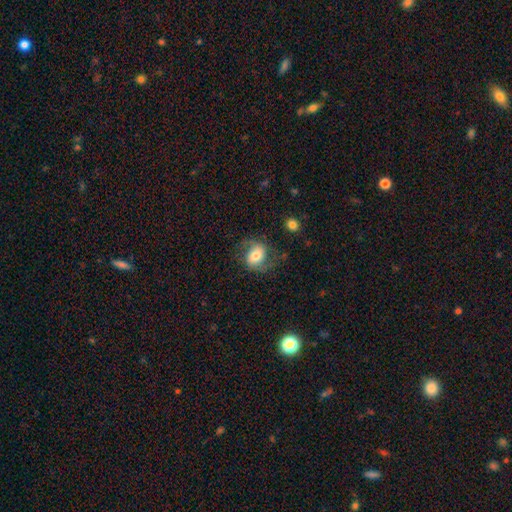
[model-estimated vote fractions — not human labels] The model was most divided on "how rounded": in between: 51%, round: 48%, cigar-shaped: 1%. More confident: merging — none (61%); smooth or featured — smooth (51%).